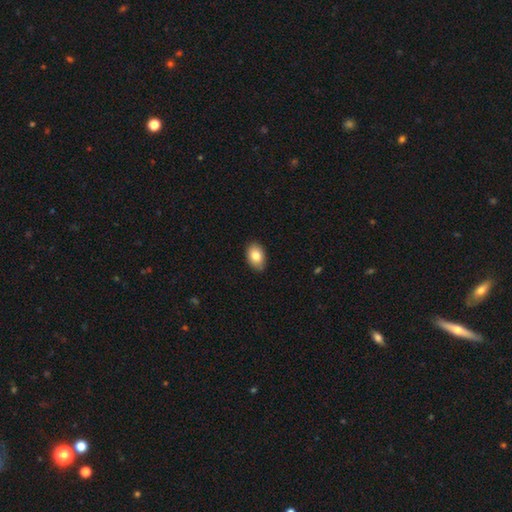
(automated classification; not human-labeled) A smooth galaxy with no disk features (83%) that is in between round and cigar-shaped (85%).

Vote fractions:
- Smooth or featured? smooth: 83% / featured or disk: 9% / star or artifact: 8%
- How rounded? in between: 85% / round: 14% / cigar-shaped: 1%
- Merging? none: 86% / minor disturbance: 12% / major disturbance: 2% / merger: 1%